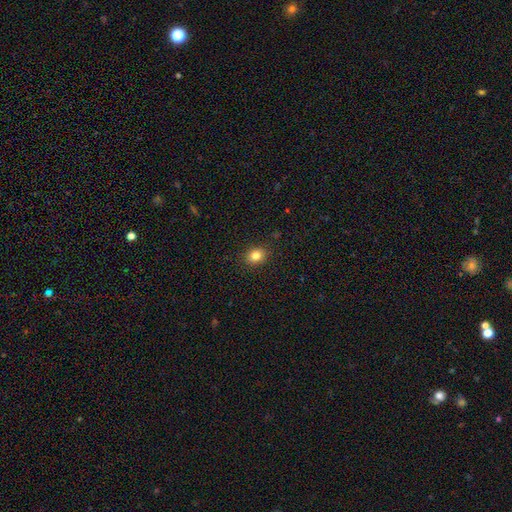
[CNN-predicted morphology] smooth 83%, star or artifact 11%, featured or disk 6%. Down the decision tree: how rounded — round (52%); merging — none (89%).